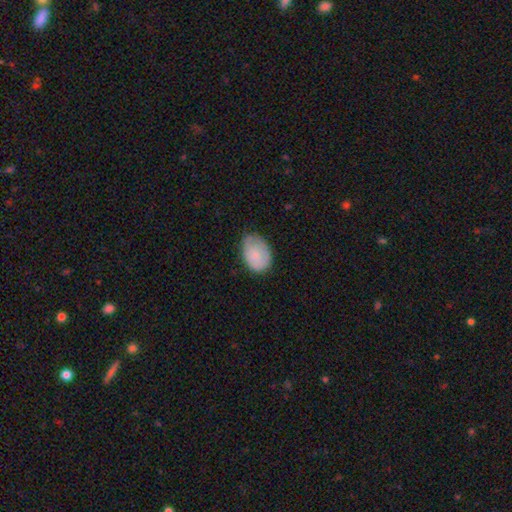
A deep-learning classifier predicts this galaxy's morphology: Smooth or featured? smooth (76%)
How rounded? in between (84%)
Merging? none (61%)